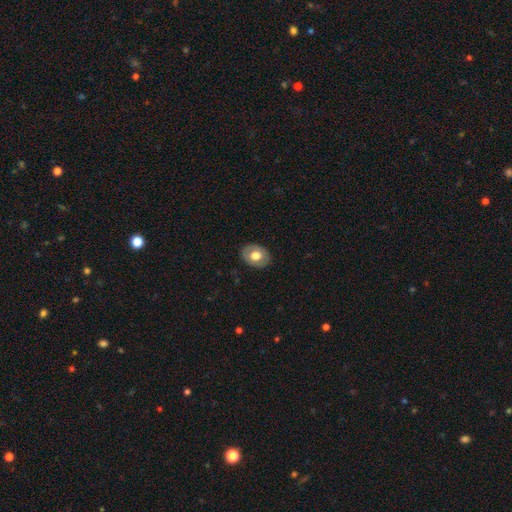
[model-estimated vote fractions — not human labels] Smooth or featured: smooth — 60% (featured or disk — 33%)
How rounded: in between — 66% (round — 33%)
Merging: none — 85% (minor disturbance — 11%)